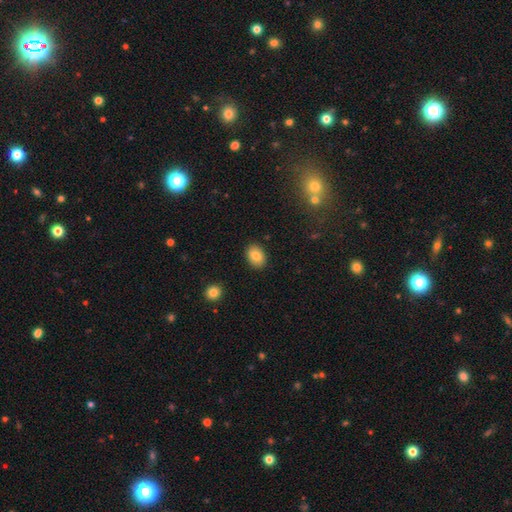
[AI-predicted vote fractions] This is clearly a smooth galaxy (83%). How rounded: likely in between (76%). Merging: clearly none (89%).